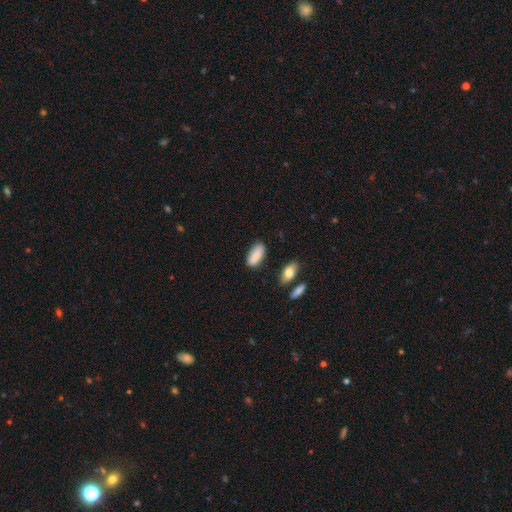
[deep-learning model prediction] Q: Smooth or featured?
A: smooth (88%); runner-up: star or artifact (7%)
Q: How rounded?
A: in between (86%); runner-up: cigar-shaped (12%)
Q: Merging?
A: none (80%); runner-up: minor disturbance (14%)